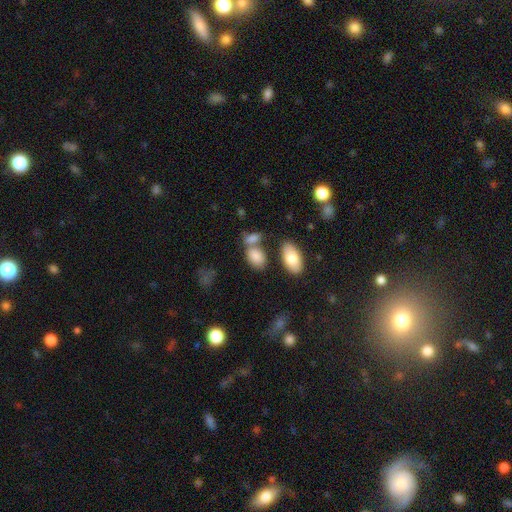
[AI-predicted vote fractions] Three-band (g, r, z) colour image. It shows a smooth galaxy with no disk features (84%) that is in between round and cigar-shaped (89%). Merging: none (53%).